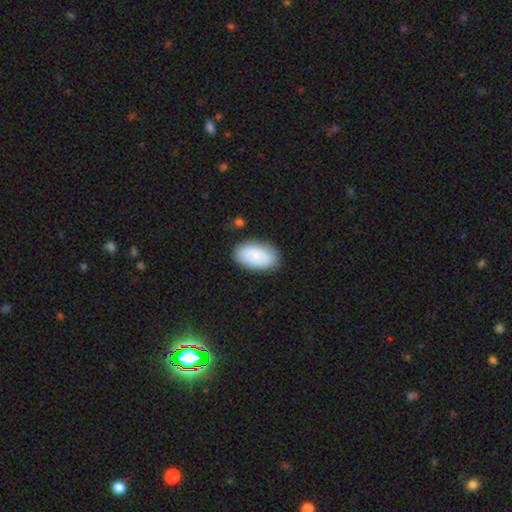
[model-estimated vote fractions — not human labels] Q: Smooth or featured?
A: smooth (76%); runner-up: featured or disk (18%)
Q: How rounded?
A: in between (94%); runner-up: round (5%)
Q: Merging?
A: none (78%); runner-up: minor disturbance (16%)